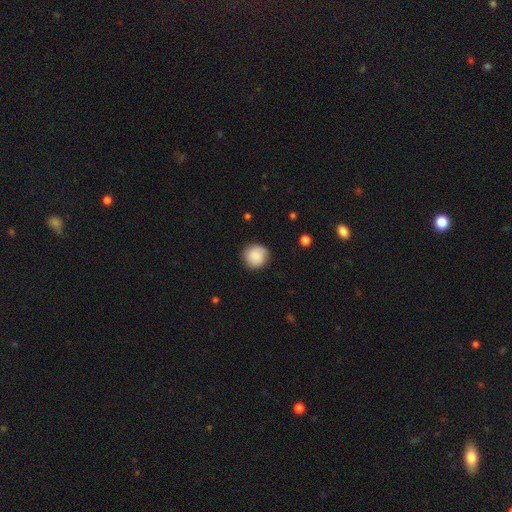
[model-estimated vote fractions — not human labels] The model was most divided on "merging": none: 86%, minor disturbance: 10%, major disturbance: 3%, merger: 1%. More confident: how rounded — round (92%); smooth or featured — smooth (86%).